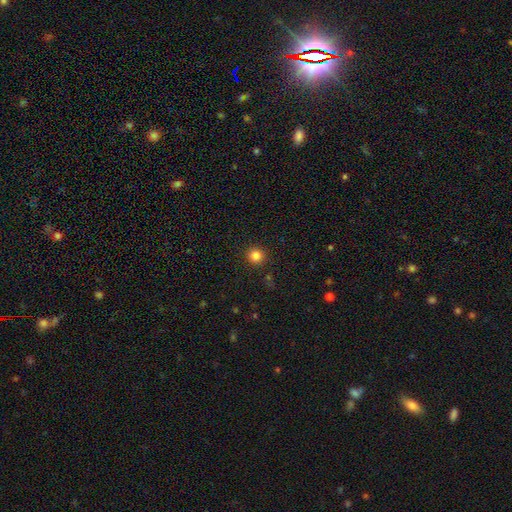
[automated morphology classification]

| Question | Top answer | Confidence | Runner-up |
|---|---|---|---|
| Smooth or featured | smooth | 83% | star or artifact (12%) |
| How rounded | round | 94% | in between (5%) |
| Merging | none | 92% | minor disturbance (5%) |